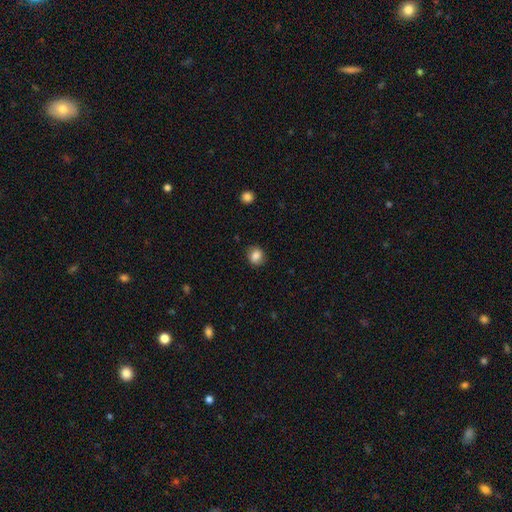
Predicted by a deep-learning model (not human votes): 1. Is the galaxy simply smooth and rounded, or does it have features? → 83% smooth, 10% star or artifact, 8% featured or disk.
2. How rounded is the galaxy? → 71% round, 28% in between, 1% cigar-shaped.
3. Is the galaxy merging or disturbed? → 84% none, 12% minor disturbance, 3% major disturbance, 1% merger.